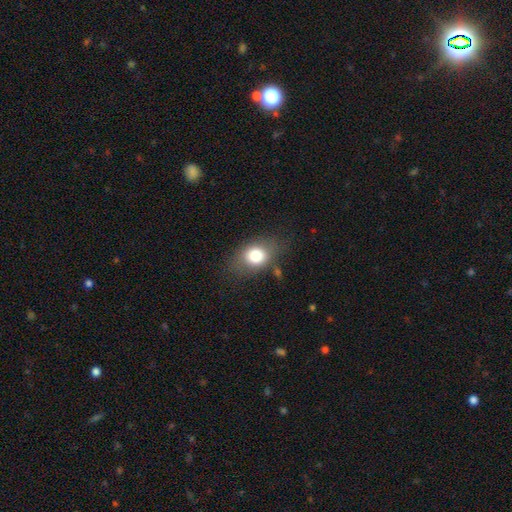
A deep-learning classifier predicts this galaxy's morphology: A smooth galaxy with no disk features (76%) that is in between round and cigar-shaped (55%). Merging: none (69%).